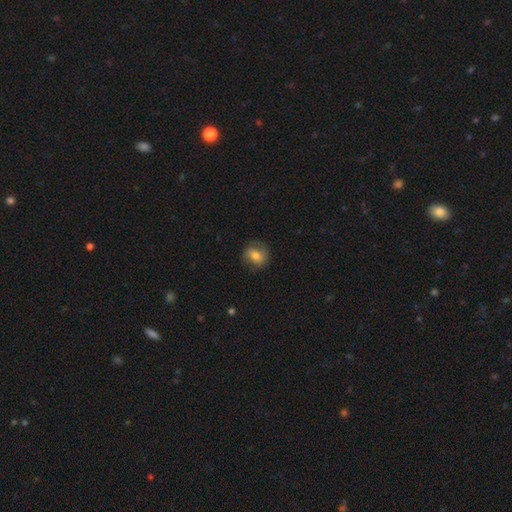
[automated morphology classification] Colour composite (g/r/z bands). It shows a smooth galaxy with no disk features (64%) that is round (66%). Merging: none (73%).